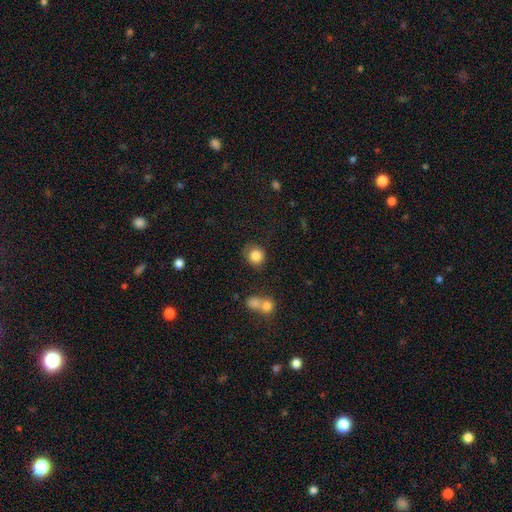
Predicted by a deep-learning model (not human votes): Smooth or featured? Predicted: smooth (p=0.83). How rounded? Predicted: round (p=0.82). Merging? Predicted: none (p=0.71).